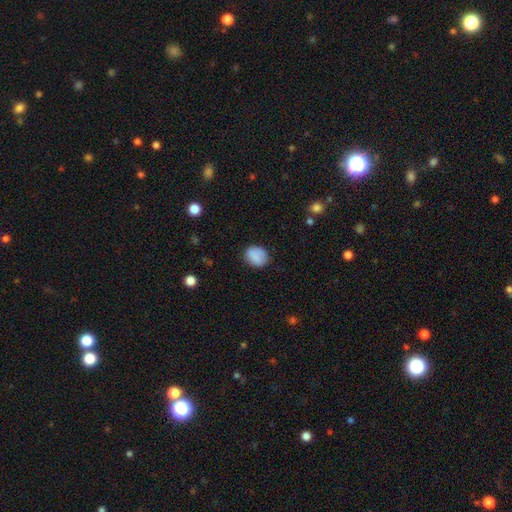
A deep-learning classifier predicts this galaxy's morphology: Smooth or featured: smooth — 84% (star or artifact — 9%)
How rounded: in between — 53% (round — 46%)
Merging: none — 78% (minor disturbance — 17%)